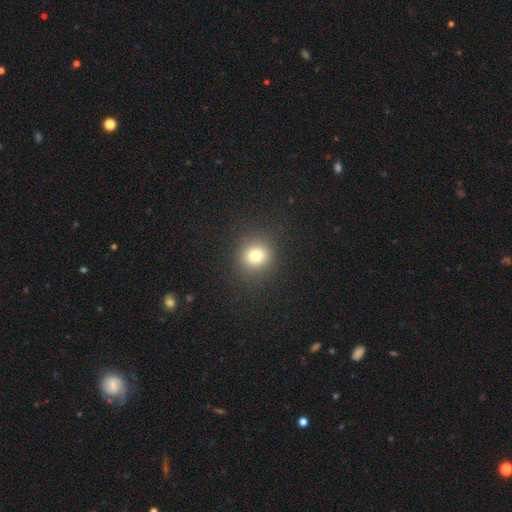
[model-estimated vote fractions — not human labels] The model was most divided on "smooth or featured": smooth: 77%, star or artifact: 14%, featured or disk: 9%. More confident: merging — none (89%); how rounded — round (87%).